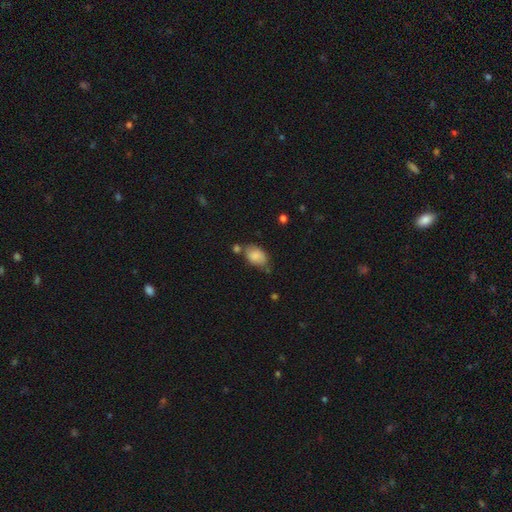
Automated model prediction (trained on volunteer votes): Smooth or featured? smooth (82%)
How rounded? in between (84%)
Merging? none (49%)